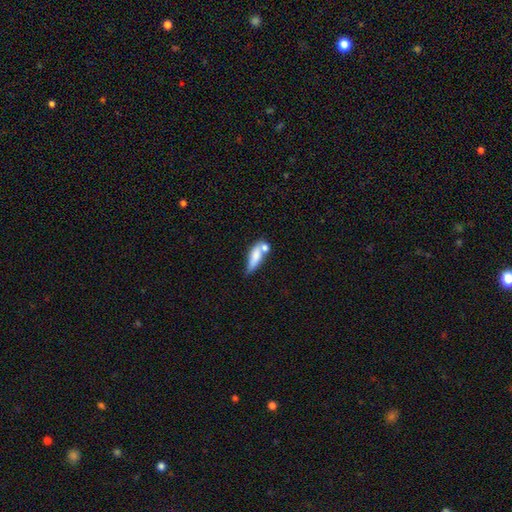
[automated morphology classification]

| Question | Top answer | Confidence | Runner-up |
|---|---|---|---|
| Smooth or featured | smooth | 68% | featured or disk (24%) |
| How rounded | in between | 56% | cigar-shaped (40%) |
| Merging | merger | 39% | none (32%) |